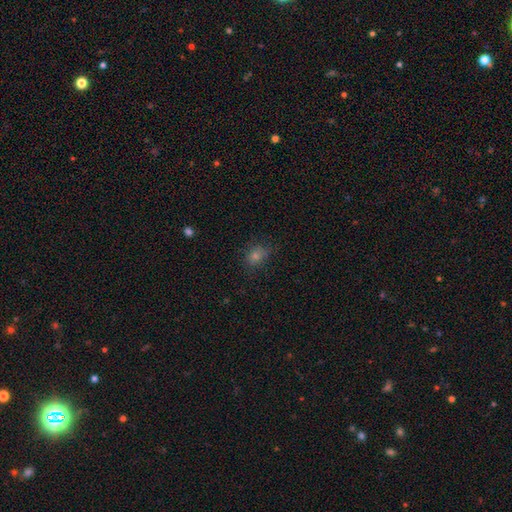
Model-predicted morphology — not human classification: A smooth galaxy with no disk features (68%) that is in between round and cigar-shaped (51%). Merging: none (75%).